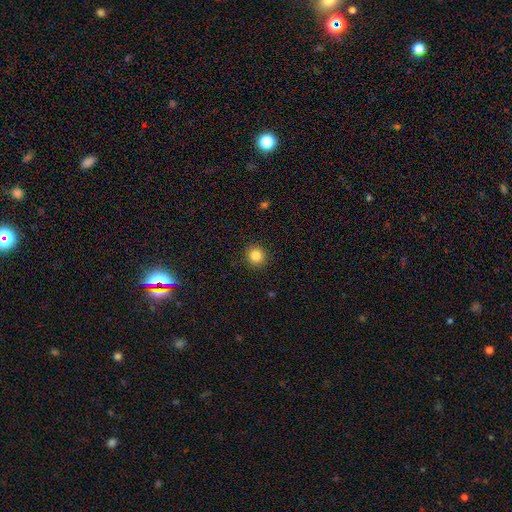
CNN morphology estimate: smooth-or-featured: smooth: 84% | star or artifact: 11% | featured or disk: 5%
  how-rounded: round: 92% | in between: 7% | cigar-shaped: 1%
  merging: none: 92% | minor disturbance: 5% | major disturbance: 2% | merger: 1%